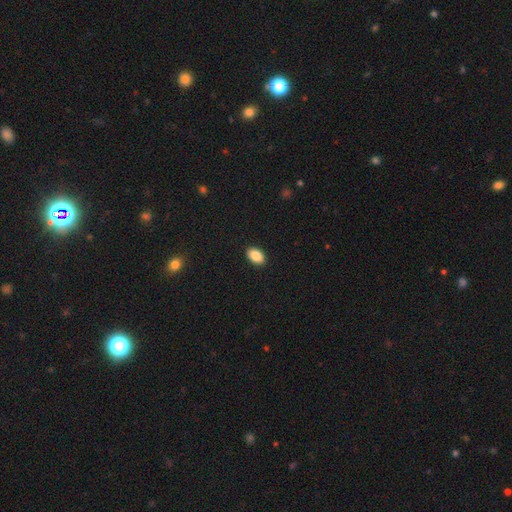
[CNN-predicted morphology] Q: Smooth or featured?
A: smooth (87%); runner-up: star or artifact (8%)
Q: How rounded?
A: in between (90%); runner-up: round (9%)
Q: Merging?
A: none (91%); runner-up: minor disturbance (6%)